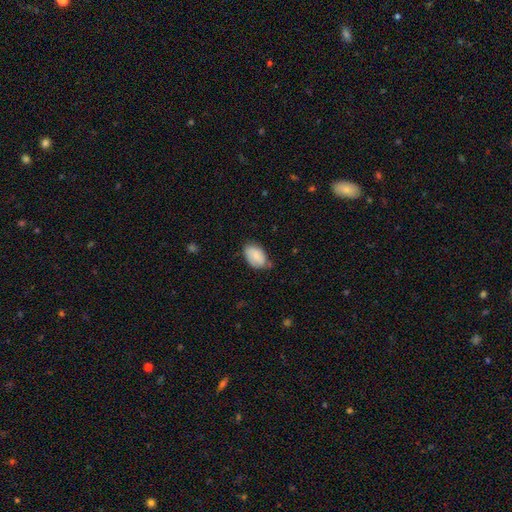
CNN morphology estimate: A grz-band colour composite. It shows a smooth galaxy with no disk features (78%) that is in between round and cigar-shaped (91%). Merging: none (62%).